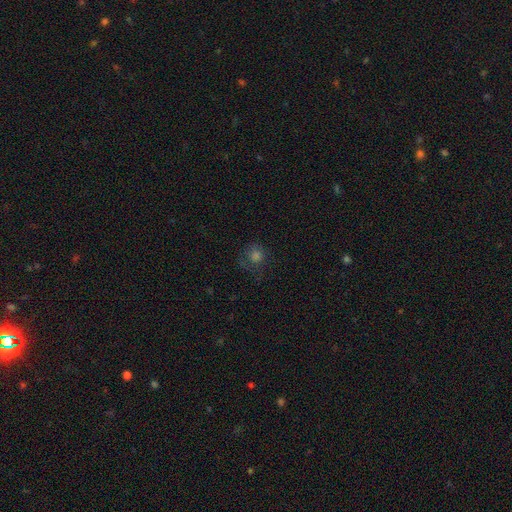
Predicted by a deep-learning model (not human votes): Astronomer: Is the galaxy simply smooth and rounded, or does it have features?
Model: smooth — 62%.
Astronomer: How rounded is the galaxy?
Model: round — 85%.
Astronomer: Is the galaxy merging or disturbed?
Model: none — 60%.